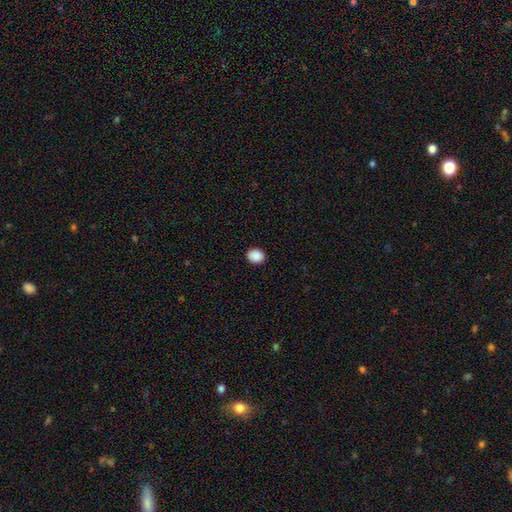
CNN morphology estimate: smooth 89%, star or artifact 8%, featured or disk 2%. Down the decision tree: how rounded — round (63%); merging — none (91%).